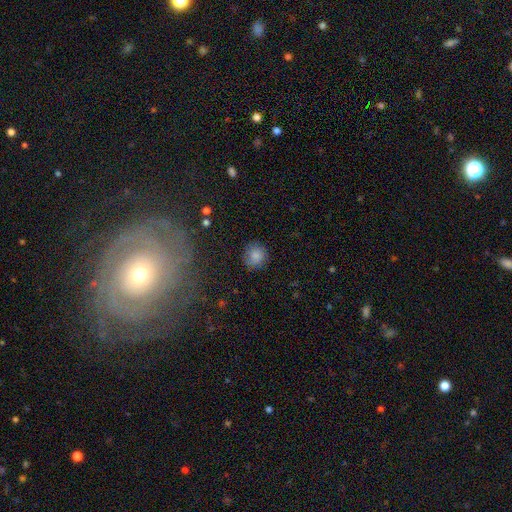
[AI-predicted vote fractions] The model was most divided on "merging": none: 82%, minor disturbance: 13%, major disturbance: 4%, merger: 1%. More confident: how rounded — round (88%); smooth or featured — smooth (82%).